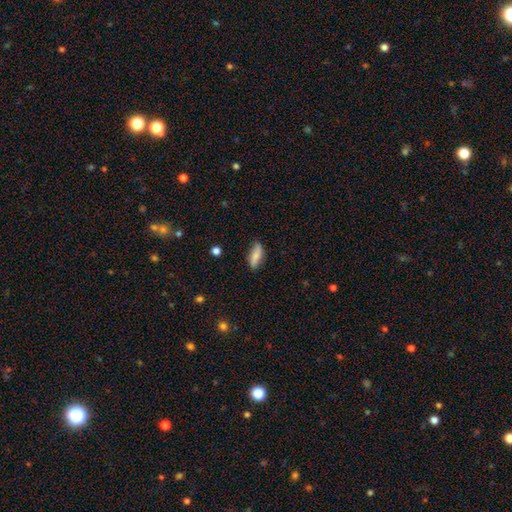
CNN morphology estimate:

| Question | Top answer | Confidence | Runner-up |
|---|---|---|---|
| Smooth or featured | smooth | 76% | featured or disk (18%) |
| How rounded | in between | 64% | cigar-shaped (33%) |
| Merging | none | 81% | minor disturbance (14%) |